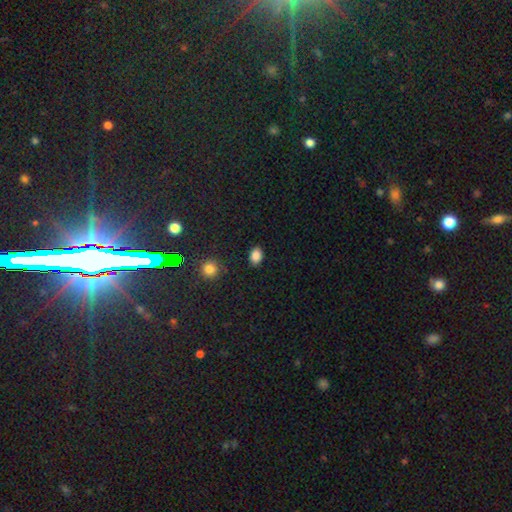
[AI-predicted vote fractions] Smooth or featured? smooth (85%)
How rounded? in between (73%)
Merging? none (87%)